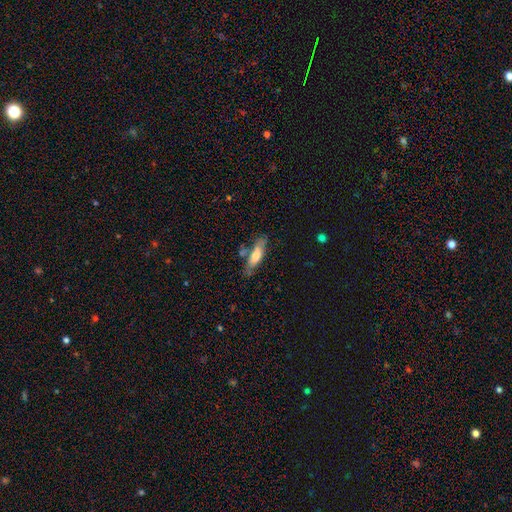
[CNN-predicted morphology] The model was most divided on "how rounded": in between: 53%, cigar-shaped: 45%, round: 2%. More confident: merging — none (60%); smooth or featured — smooth (59%).